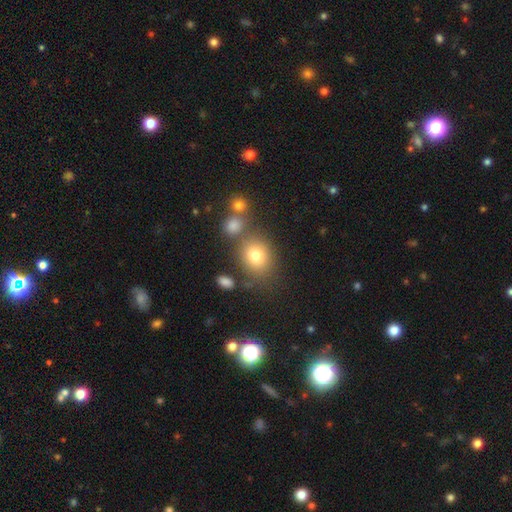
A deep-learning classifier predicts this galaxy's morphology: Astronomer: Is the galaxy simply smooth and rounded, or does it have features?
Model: smooth — 79%.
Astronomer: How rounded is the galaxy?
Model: round — 57% (runner-up: in between, 42%).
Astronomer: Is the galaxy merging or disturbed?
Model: none — 66%.